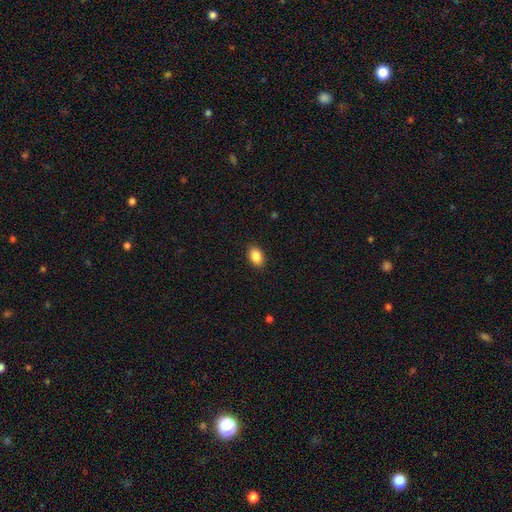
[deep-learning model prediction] Overall: smooth (88%). How rounded: in between (87%). Merging: none (89%).